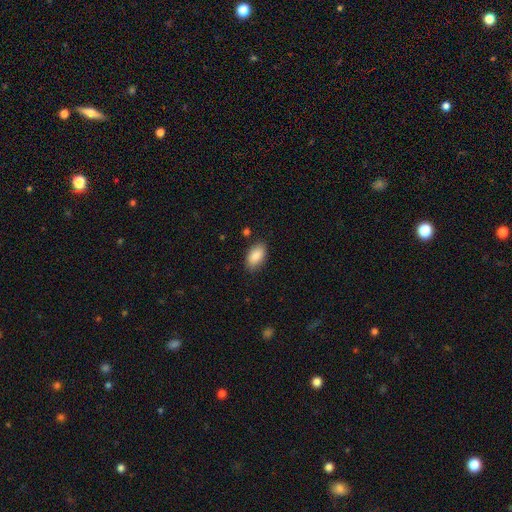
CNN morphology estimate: The model was most divided on "merging": none: 84%, minor disturbance: 12%, major disturbance: 2%, merger: 2%. More confident: how rounded — in between (93%); smooth or featured — smooth (86%).